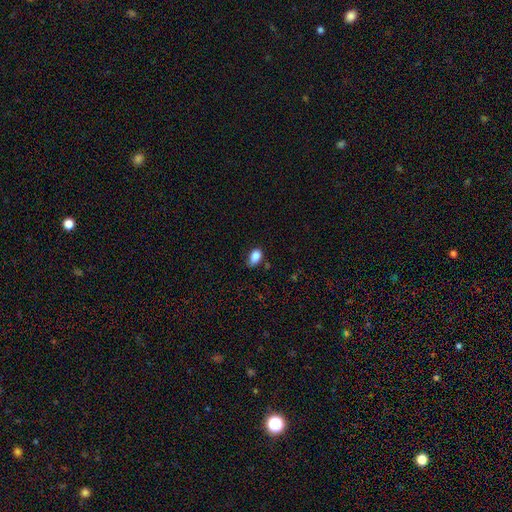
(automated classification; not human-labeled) Smooth or featured? smooth (86%)
How rounded? in between (85%)
Merging? none (61%)